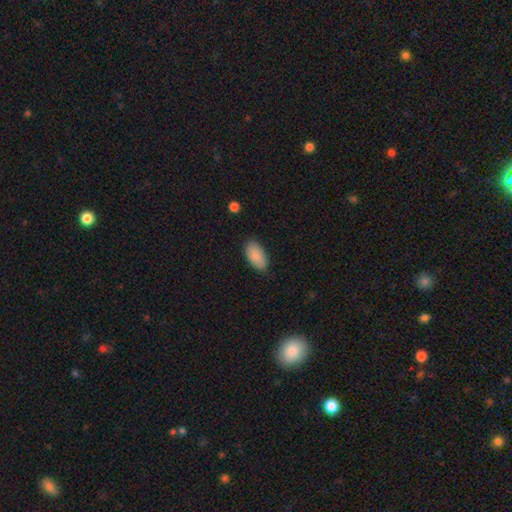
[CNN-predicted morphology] Q: Smooth or featured?
A: smooth (88%); runner-up: star or artifact (6%)
Q: How rounded?
A: in between (94%); runner-up: cigar-shaped (3%)
Q: Merging?
A: none (82%); runner-up: minor disturbance (14%)